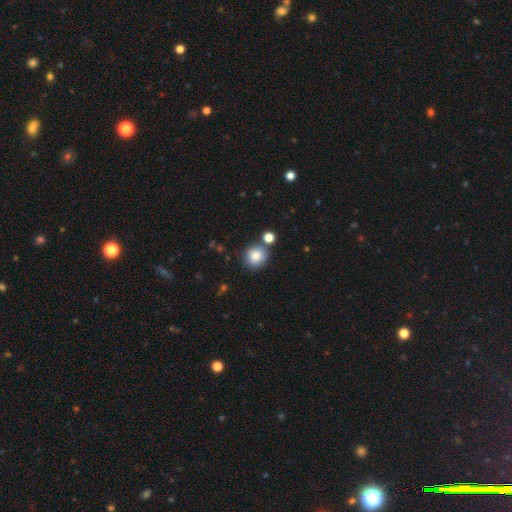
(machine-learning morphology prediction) Smooth or featured?
  - smooth: 83% *
  - star or artifact: 10%
  - featured or disk: 7%
How rounded?
  - round: 87% *
  - in between: 12%
  - cigar-shaped: 1%
Merging?
  - none: 76% *
  - merger: 12%
  - minor disturbance: 9%
  - major disturbance: 3%